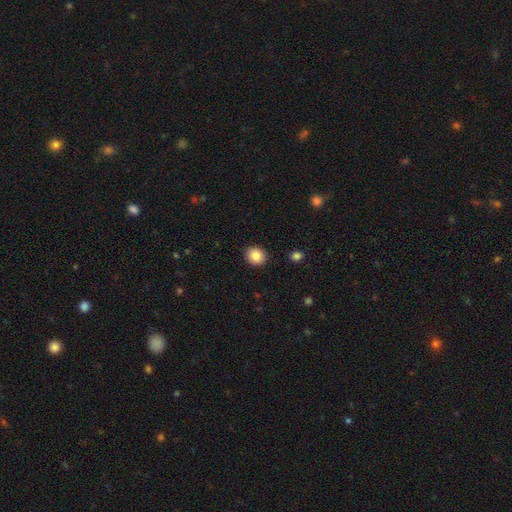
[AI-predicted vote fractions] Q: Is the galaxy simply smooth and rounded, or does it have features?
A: smooth — 85%.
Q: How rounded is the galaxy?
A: round — 77%.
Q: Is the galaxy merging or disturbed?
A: none — 91%.